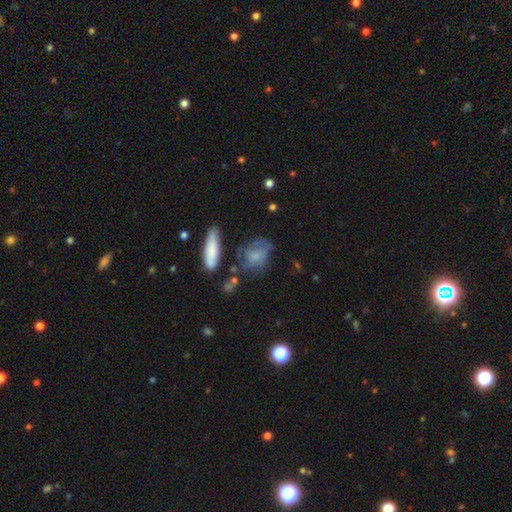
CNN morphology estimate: A smooth galaxy with no disk features (57%) that is in between round and cigar-shaped (63%).

Vote fractions:
- Smooth or featured? smooth: 57% / featured or disk: 34% / star or artifact: 10%
- How rounded? in between: 63% / round: 29% / cigar-shaped: 7%
- Merging? none: 49% / minor disturbance: 26% / major disturbance: 19% / merger: 7%